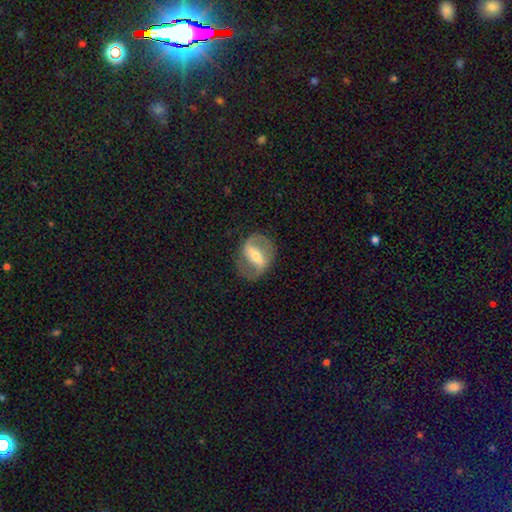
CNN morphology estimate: This is likely a featured or disk galaxy (75%). It is clearly not viewed edge-on (90%). Bar: likely strong (69%). Spiral arm pattern: likely yes (65%). Central bulge: possibly moderate (54%). Merging: likely none (77%).